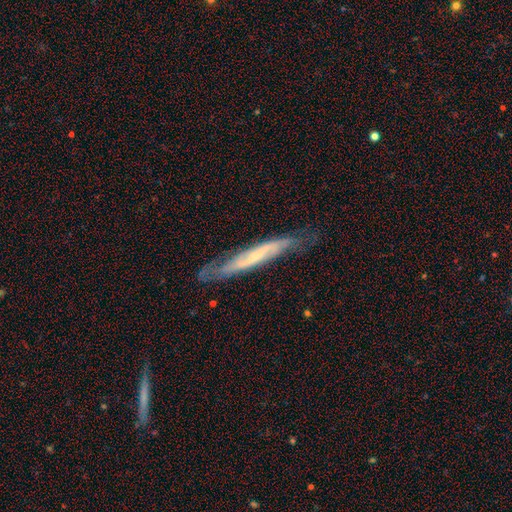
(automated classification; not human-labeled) smooth-or-featured: featured or disk: 70% | smooth: 23% | star or artifact: 7%
  disk-edge-on: yes: 58% | no: 42%
  merging: none: 68% | minor disturbance: 22% | major disturbance: 8% | merger: 2%